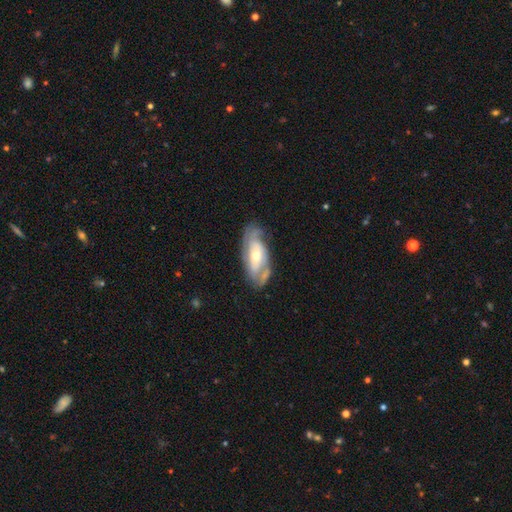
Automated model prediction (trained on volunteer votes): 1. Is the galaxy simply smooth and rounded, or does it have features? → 75% featured or disk, 19% smooth, 6% star or artifact.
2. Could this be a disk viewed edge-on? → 90% no, 10% yes.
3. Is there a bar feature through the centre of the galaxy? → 62% no, 27% weak, 11% strong.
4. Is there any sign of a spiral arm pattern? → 85% yes, 15% no.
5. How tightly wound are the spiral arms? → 52% tight, 34% medium, 13% loose.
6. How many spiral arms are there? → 43% 2, 33% can't tell, 12% 3, 5% 1, 4% 4, 2% more than 4.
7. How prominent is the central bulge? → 55% moderate, 39% small, 4% large, 1% none, 1% dominant.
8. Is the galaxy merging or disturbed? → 65% none, 22% minor disturbance, 9% major disturbance, 4% merger.